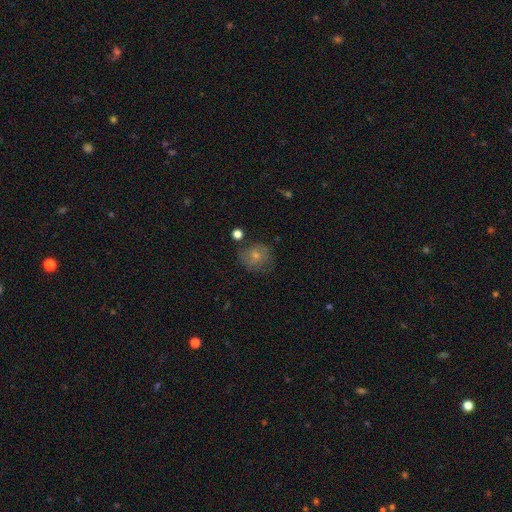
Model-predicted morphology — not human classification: Q: Smooth or featured?
A: smooth (65%); runner-up: featured or disk (25%)
Q: How rounded?
A: round (79%); runner-up: in between (21%)
Q: Merging?
A: none (63%); runner-up: minor disturbance (22%)